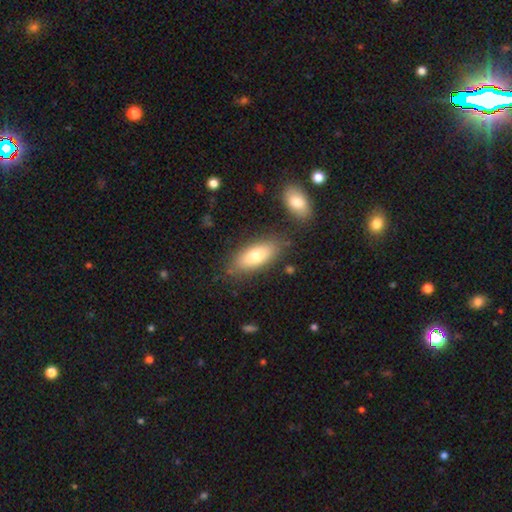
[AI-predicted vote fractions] A smooth galaxy with no disk features (75%) that is in between round and cigar-shaped (80%).

Vote fractions:
- Smooth or featured? smooth: 75% / featured or disk: 18% / star or artifact: 7%
- How rounded? in between: 80% / cigar-shaped: 17% / round: 3%
- Merging? none: 78% / minor disturbance: 13% / merger: 6% / major disturbance: 3%